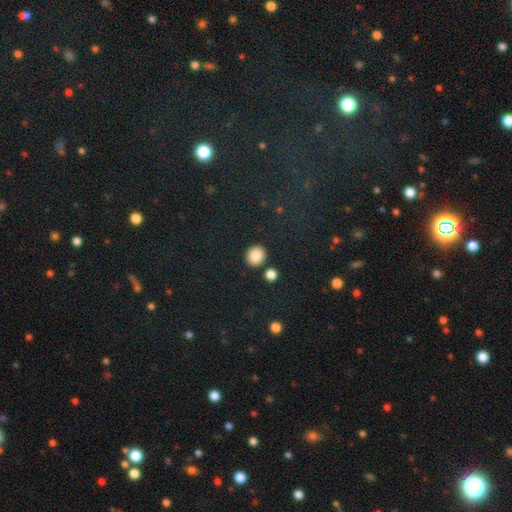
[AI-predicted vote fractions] A smooth galaxy with no disk features (87%) that is round (77%).

Vote fractions:
- Smooth or featured? smooth: 87% / star or artifact: 9% / featured or disk: 4%
- How rounded? round: 77% / in between: 22% / cigar-shaped: 1%
- Merging? none: 86% / minor disturbance: 7% / merger: 5% / major disturbance: 2%